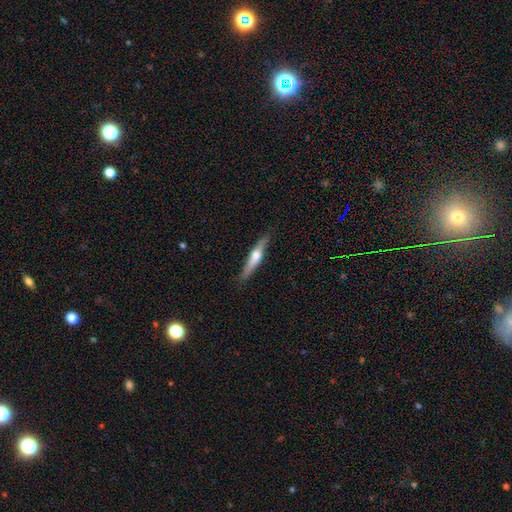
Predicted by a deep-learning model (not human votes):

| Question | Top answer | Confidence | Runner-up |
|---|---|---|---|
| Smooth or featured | featured or disk | 56% | smooth (38%) |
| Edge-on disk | yes | 95% | no (5%) |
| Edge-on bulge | rounded | 89% | none (6%) |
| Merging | none | 85% | minor disturbance (12%) |